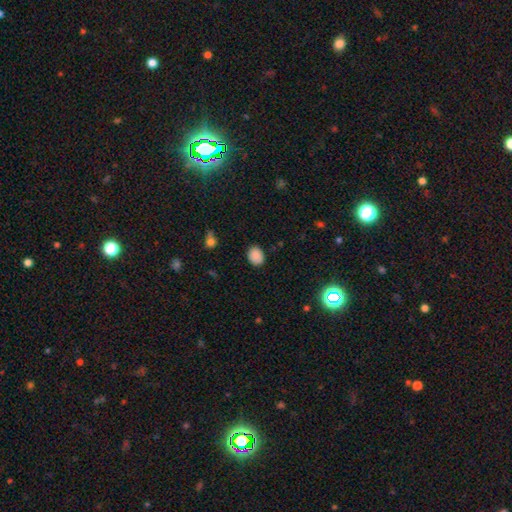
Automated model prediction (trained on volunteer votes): smooth_or_featured: smooth (p=0.86) [alt: star or artifact p=0.11]
how_rounded: in between (p=0.51) [alt: round p=0.48]
merging: none (p=0.85) [alt: minor disturbance p=0.11]